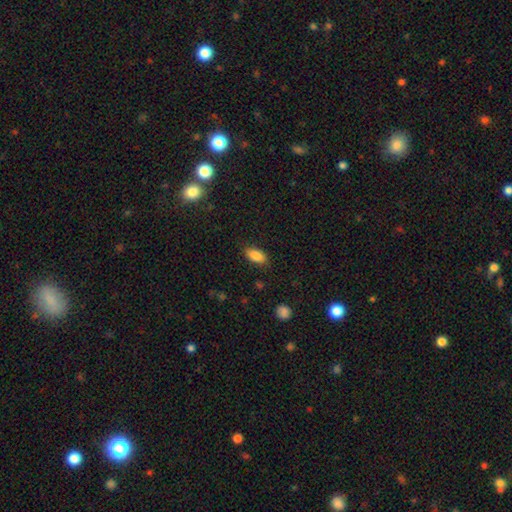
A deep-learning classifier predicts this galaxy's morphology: Smooth or featured?
  - smooth: 86% *
  - star or artifact: 8%
  - featured or disk: 6%
How rounded?
  - in between: 90% *
  - cigar-shaped: 6%
  - round: 3%
Merging?
  - none: 82% *
  - minor disturbance: 13%
  - major disturbance: 3%
  - merger: 1%